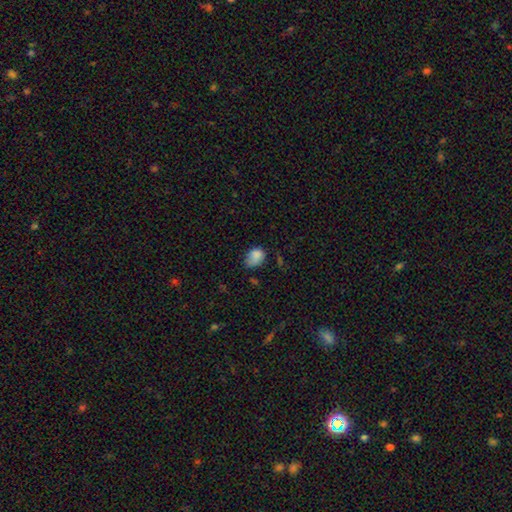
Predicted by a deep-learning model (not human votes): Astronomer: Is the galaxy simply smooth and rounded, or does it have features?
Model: smooth — 83%.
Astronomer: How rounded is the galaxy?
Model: in between — 71%.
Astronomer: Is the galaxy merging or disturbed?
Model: none — 42% (runner-up: minor disturbance, 40%).